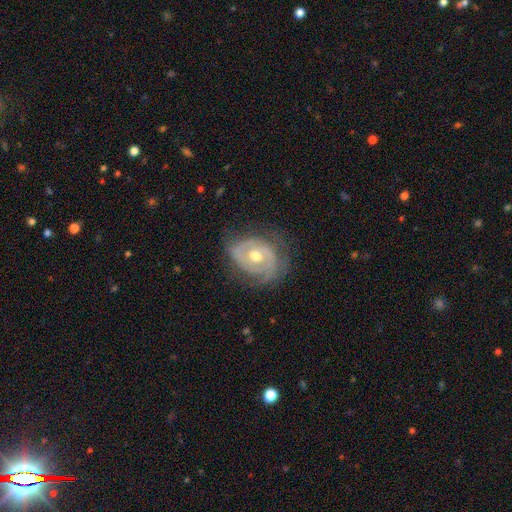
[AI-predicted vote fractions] Q: Smooth or featured?
A: featured or disk (82%); runner-up: smooth (13%)
Q: Edge-on disk?
A: no (97%); runner-up: yes (3%)
Q: Bar?
A: no (72%); runner-up: weak (22%)
Q: Spiral arms?
A: yes (84%); runner-up: no (16%)
Q: Spiral winding?
A: tight (61%); runner-up: medium (28%)
Q: Spiral arm count?
A: 2 (39%); runner-up: can't tell (29%)
Q: Bulge size?
A: moderate (78%); runner-up: small (16%)
Q: Merging?
A: none (63%); runner-up: minor disturbance (24%)